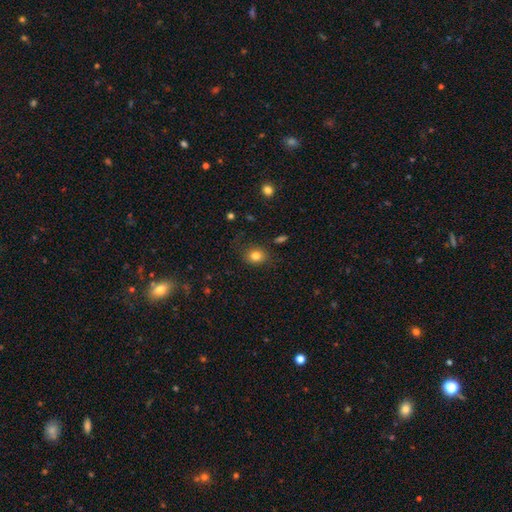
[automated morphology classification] Smooth or featured: smooth — 81% (star or artifact — 11%)
How rounded: round — 63% (in between — 36%)
Merging: none — 79% (minor disturbance — 14%)